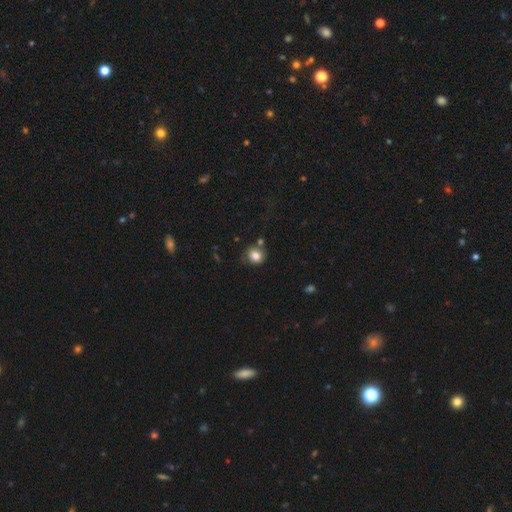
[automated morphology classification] Smooth or featured: smooth — 80% (star or artifact — 10%)
How rounded: round — 84% (in between — 16%)
Merging: none — 68% (minor disturbance — 16%)